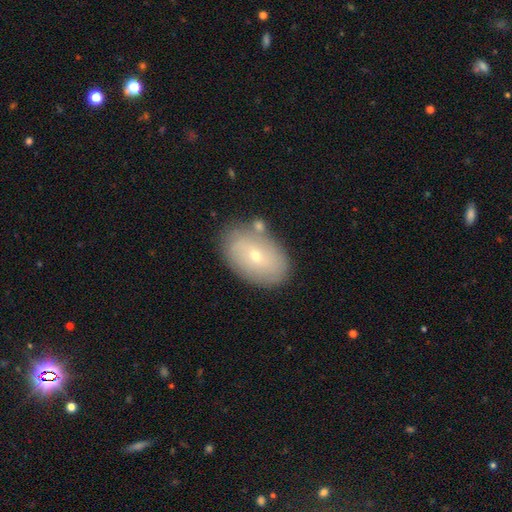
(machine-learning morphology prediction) A smooth galaxy with no disk features (54%) that is in between round and cigar-shaped (87%).

Vote fractions:
- Smooth or featured? smooth: 54% / featured or disk: 37% / star or artifact: 9%
- How rounded? in between: 87% / round: 12% / cigar-shaped: 1%
- Merging? none: 77% / minor disturbance: 14% / merger: 5% / major disturbance: 3%